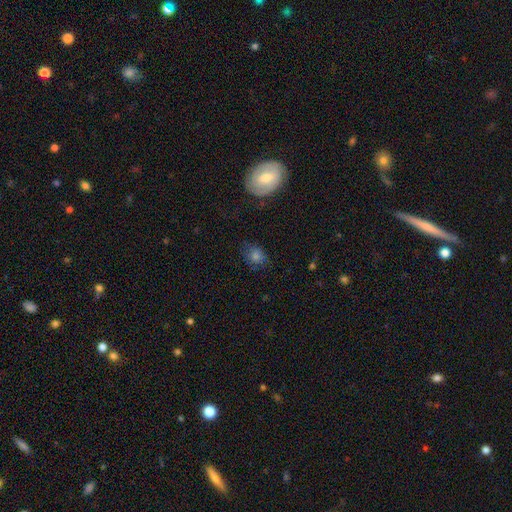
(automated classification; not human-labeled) This is likely a smooth galaxy (70%). How rounded: possibly round (50%). Merging: likely none (69%).